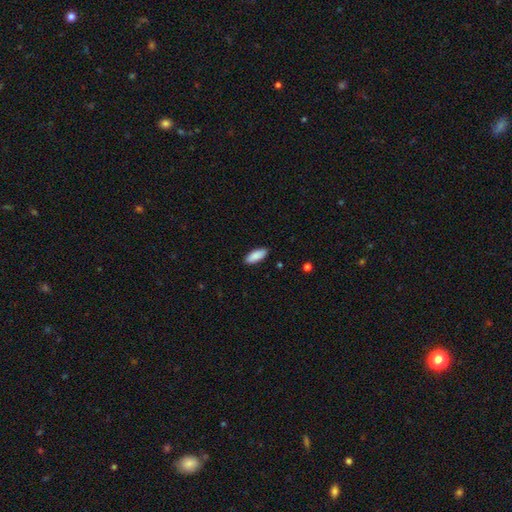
Smooth or featured? 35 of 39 (90%) said smooth. How rounded? 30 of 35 (86%) said in between. Merging? 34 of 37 (92%) said none.